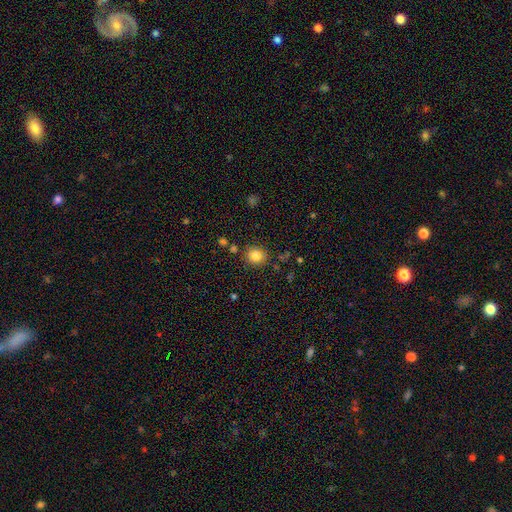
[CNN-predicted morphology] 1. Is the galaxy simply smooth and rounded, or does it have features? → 83% smooth, 11% star or artifact, 6% featured or disk.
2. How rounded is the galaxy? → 87% round, 12% in between, 1% cigar-shaped.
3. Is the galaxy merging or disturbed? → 85% none, 8% minor disturbance, 4% merger, 3% major disturbance.